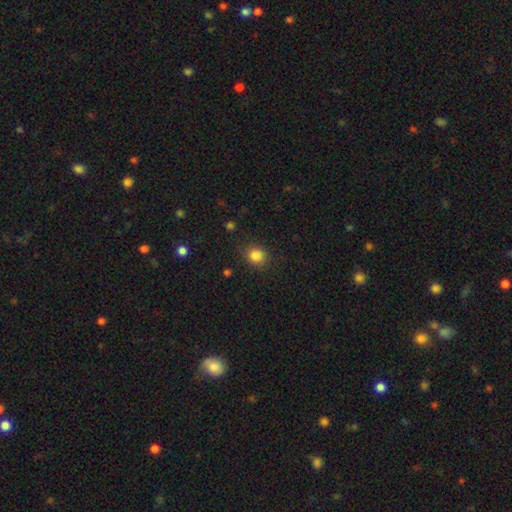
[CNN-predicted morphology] Overall: smooth (85%). How rounded: round (82%). Merging: none (87%).